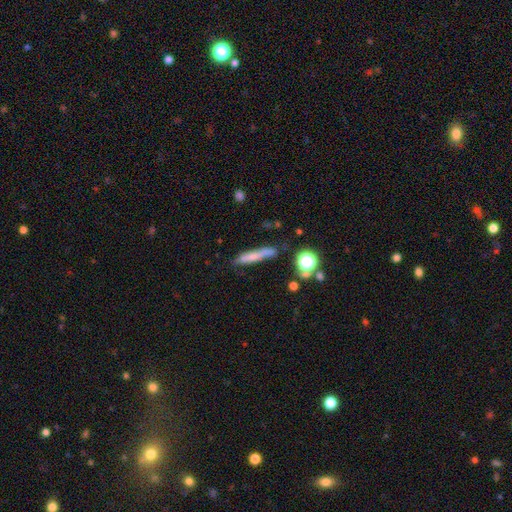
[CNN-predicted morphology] A smooth galaxy with no disk features (62%) that is cigar-shaped (86%). Merging: none (68%).